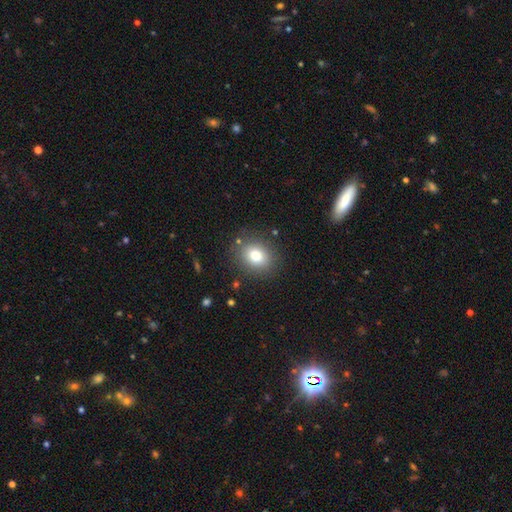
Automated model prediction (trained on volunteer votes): Q: Smooth or featured?
A: smooth (80%); runner-up: star or artifact (11%)
Q: How rounded?
A: round (57%); runner-up: in between (42%)
Q: Merging?
A: none (85%); runner-up: minor disturbance (10%)